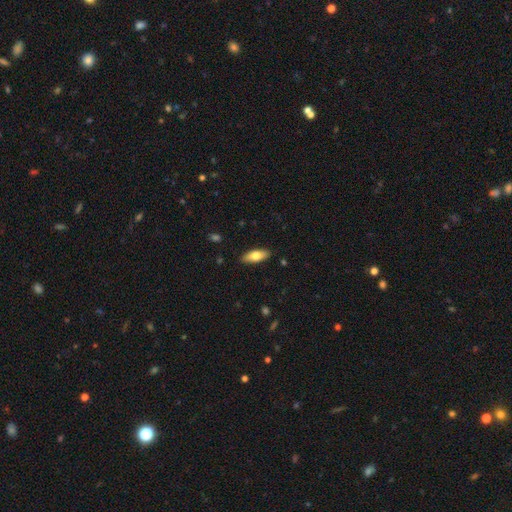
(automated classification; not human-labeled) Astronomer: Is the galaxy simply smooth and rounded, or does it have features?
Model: smooth — 72%.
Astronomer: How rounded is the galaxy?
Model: in between — 74%.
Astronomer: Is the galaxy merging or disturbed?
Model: none — 89%.